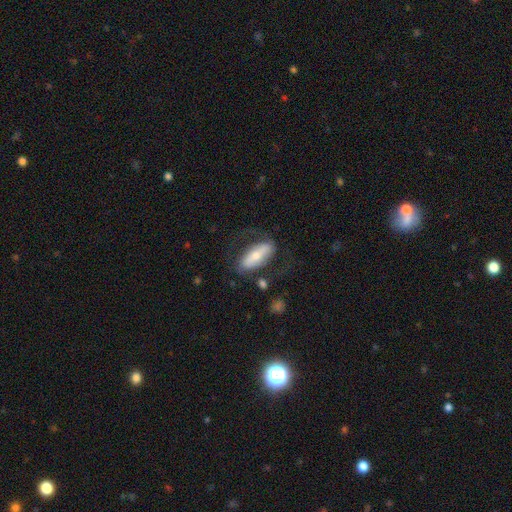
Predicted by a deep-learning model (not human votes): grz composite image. It shows a featured or disk galaxy (48%). Merging: none (62%).